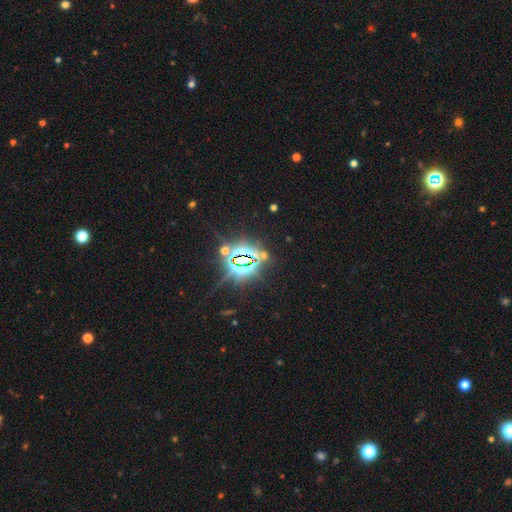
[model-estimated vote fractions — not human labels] Morphology: type=star or artifact (81%).